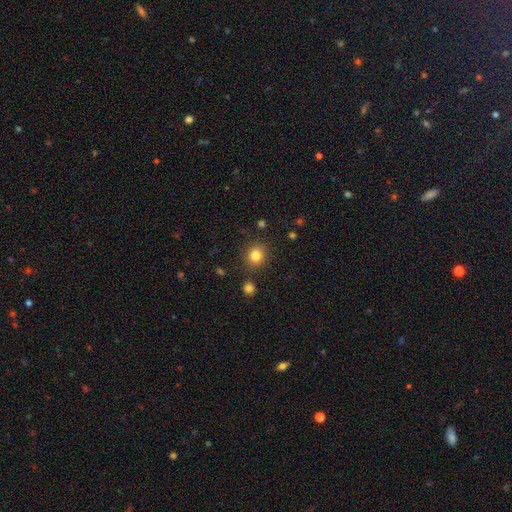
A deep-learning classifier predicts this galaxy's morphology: Overall: smooth (83%). How rounded: round (87%). Merging: none (85%).